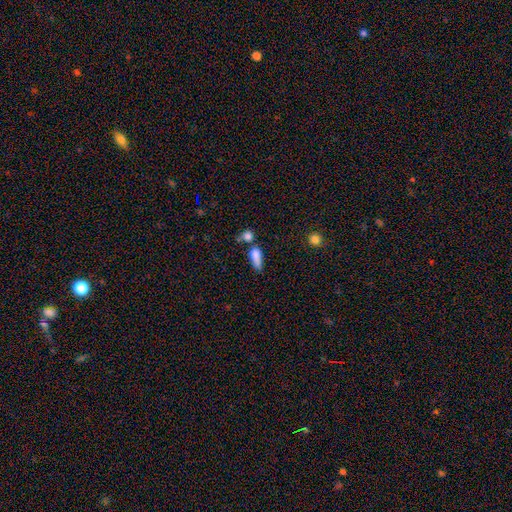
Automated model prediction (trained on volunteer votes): This is likely a smooth galaxy (77%). How rounded: likely in between (61%). Merging: marginally none (32%).